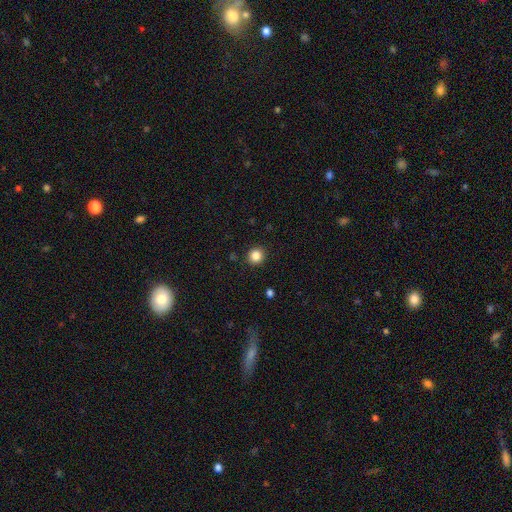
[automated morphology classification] Smooth or featured? Predicted: smooth (p=0.84). How rounded? Predicted: round (p=0.90). Merging? Predicted: none (p=0.91).